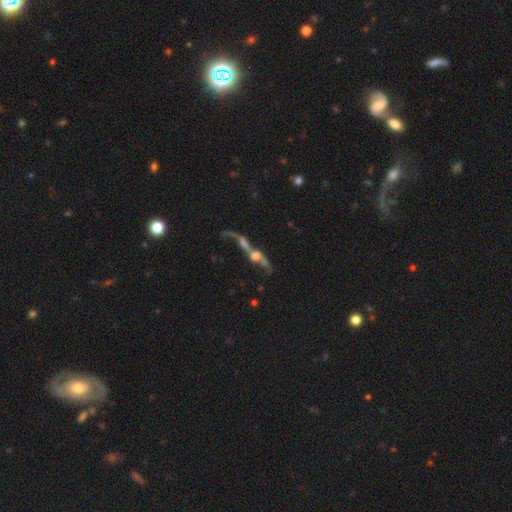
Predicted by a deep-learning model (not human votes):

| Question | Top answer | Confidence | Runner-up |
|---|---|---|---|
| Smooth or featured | featured or disk | 63% | smooth (22%) |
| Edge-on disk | no | 69% | yes (31%) |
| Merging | merger | 63% | none (17%) |